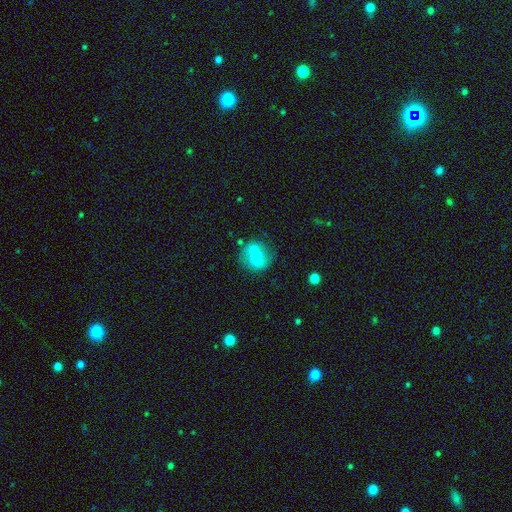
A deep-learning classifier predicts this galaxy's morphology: This is possibly a smooth galaxy (58%). How rounded: likely round (62%). Merging: likely none (69%).